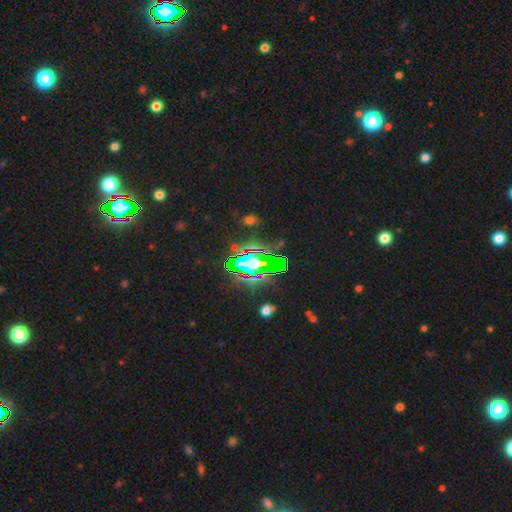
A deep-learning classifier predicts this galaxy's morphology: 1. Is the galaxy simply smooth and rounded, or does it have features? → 68% star or artifact, 19% featured or disk, 13% smooth.